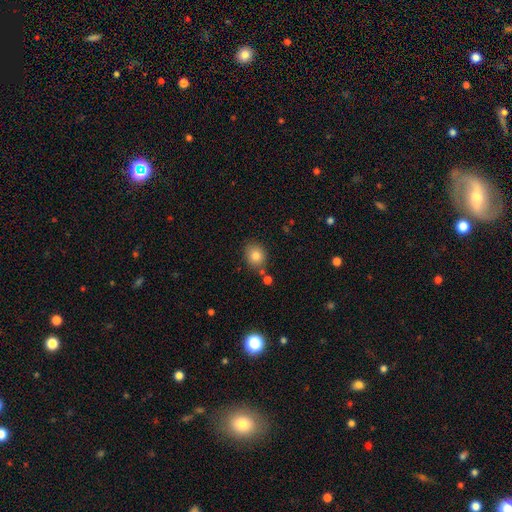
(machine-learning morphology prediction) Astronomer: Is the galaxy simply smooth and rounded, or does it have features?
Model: smooth — 82%.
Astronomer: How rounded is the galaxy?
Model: round — 65%.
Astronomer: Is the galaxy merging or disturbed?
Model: none — 78%.